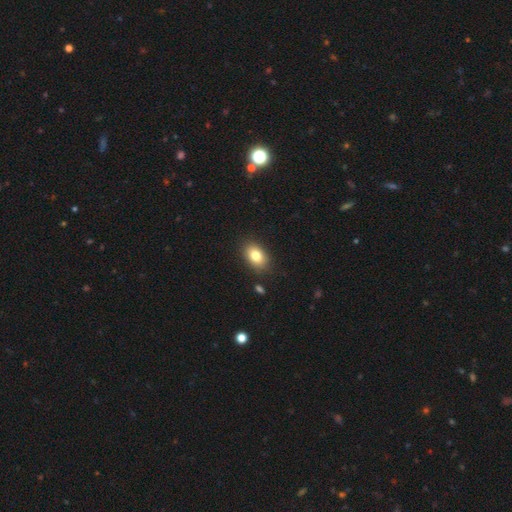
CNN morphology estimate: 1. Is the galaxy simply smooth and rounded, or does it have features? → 82% smooth, 9% featured or disk, 9% star or artifact.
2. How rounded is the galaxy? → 85% in between, 13% round, 1% cigar-shaped.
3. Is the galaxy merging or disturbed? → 86% none, 10% minor disturbance, 3% major disturbance, 2% merger.